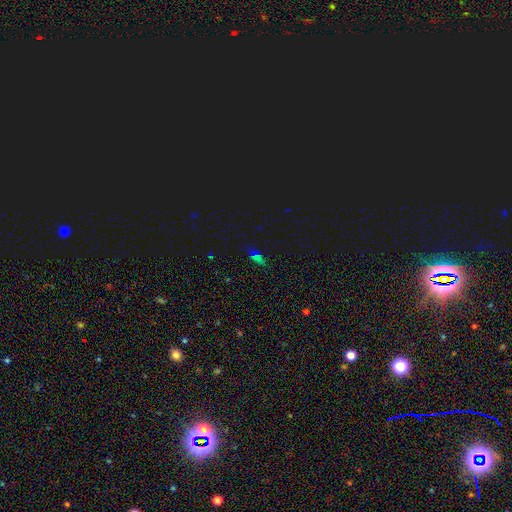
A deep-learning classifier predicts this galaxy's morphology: Smooth or featured?
  - smooth: 46% *
  - star or artifact: 33%
  - featured or disk: 21%
Merging?
  - none: 78% *
  - minor disturbance: 15%
  - major disturbance: 4%
  - merger: 2%